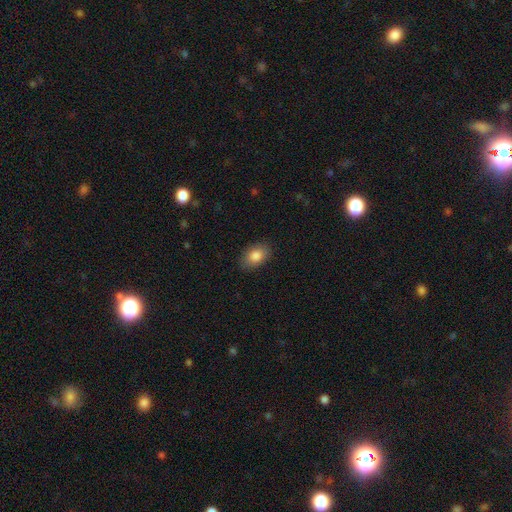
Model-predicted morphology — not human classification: Smooth or featured: smooth — 84% (featured or disk — 9%)
How rounded: in between — 87% (round — 12%)
Merging: none — 86% (minor disturbance — 11%)